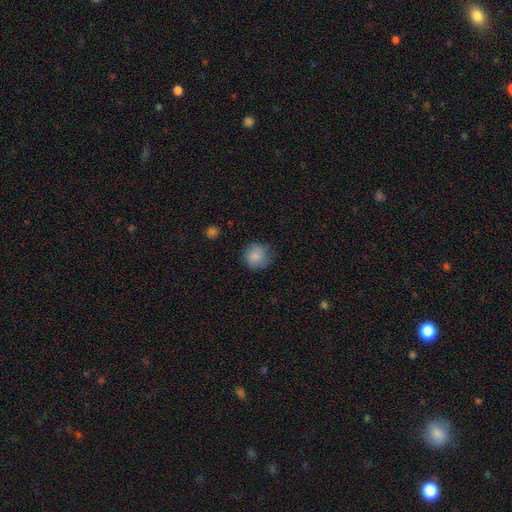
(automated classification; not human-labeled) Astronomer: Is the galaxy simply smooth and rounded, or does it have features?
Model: smooth — 85%.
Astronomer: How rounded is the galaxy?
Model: round — 91%.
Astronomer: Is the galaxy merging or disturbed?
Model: none — 77%.